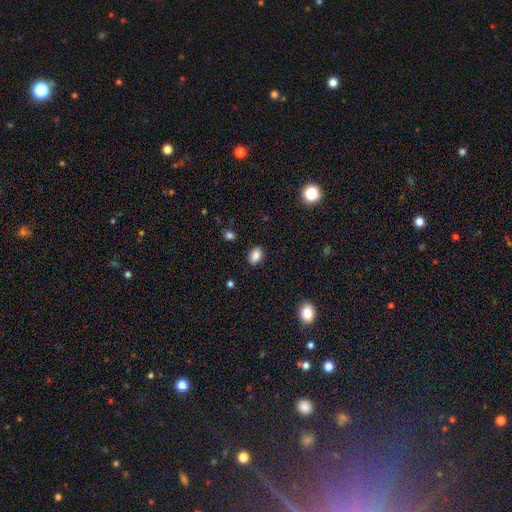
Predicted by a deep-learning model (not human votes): Smooth or featured? smooth (86%)
How rounded? in between (85%)
Merging? none (86%)